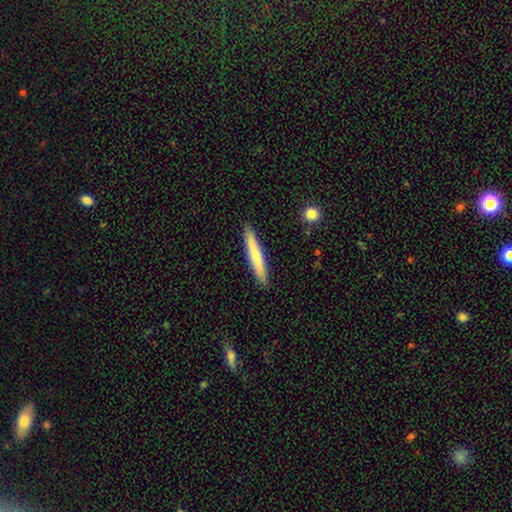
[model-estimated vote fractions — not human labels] smooth 65%, featured or disk 30%, star or artifact 5%. Down the decision tree: how rounded — cigar-shaped (95%); merging — none (90%).